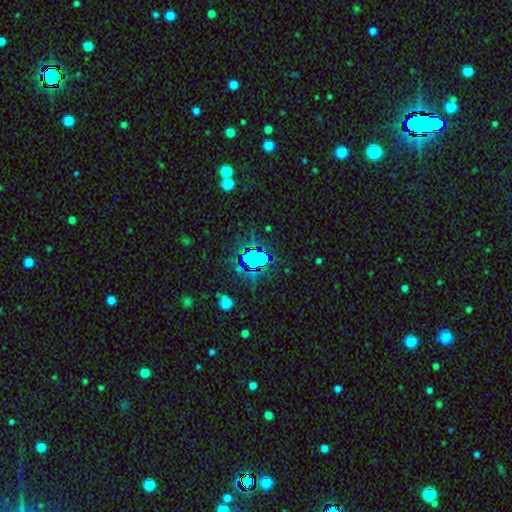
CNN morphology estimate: This is likely a star or artifact rather than a galaxy (66%).